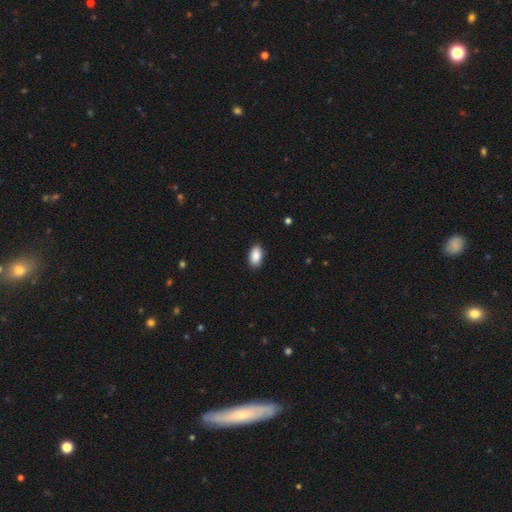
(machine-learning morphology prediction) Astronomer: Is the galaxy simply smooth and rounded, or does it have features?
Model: smooth — 90%.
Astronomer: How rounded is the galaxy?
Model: in between — 94%.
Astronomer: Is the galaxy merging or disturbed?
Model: none — 87%.